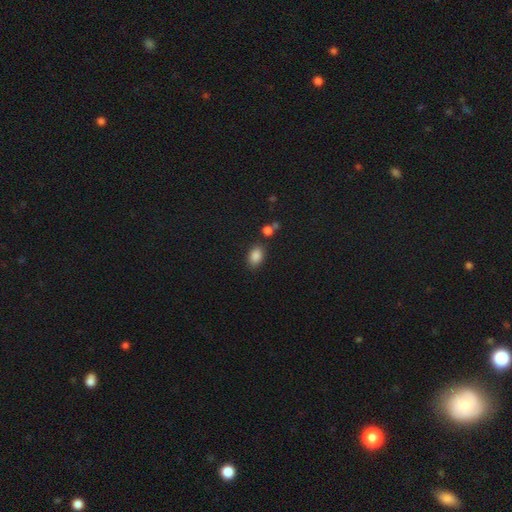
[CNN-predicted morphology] smooth-or-featured: smooth: 86% | star or artifact: 10% | featured or disk: 5%
  how-rounded: in between: 83% | round: 15% | cigar-shaped: 1%
  merging: none: 78% | minor disturbance: 12% | merger: 6% | major disturbance: 3%